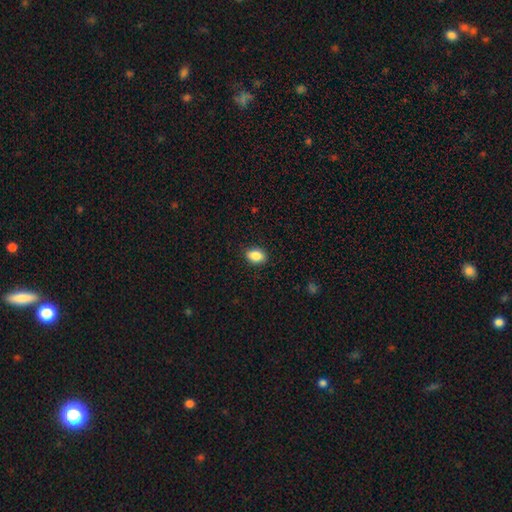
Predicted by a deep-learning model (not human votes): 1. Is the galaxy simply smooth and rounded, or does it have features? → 88% smooth, 8% star or artifact, 4% featured or disk.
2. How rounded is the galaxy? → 83% in between, 15% round, 1% cigar-shaped.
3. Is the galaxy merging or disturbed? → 88% none, 9% minor disturbance, 2% major disturbance, 1% merger.